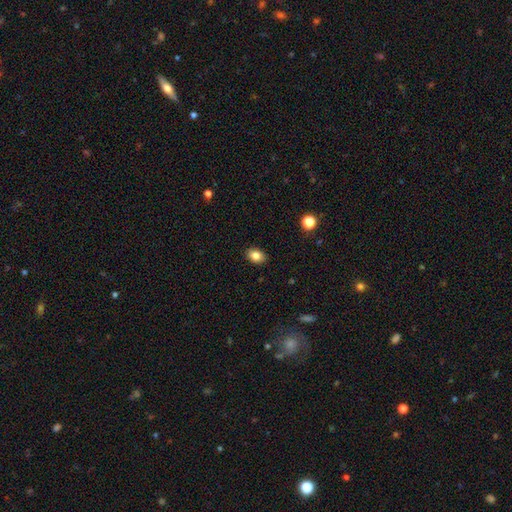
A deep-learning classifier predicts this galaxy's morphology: This is clearly a smooth galaxy (84%). How rounded: likely in between (75%). Merging: clearly none (89%).